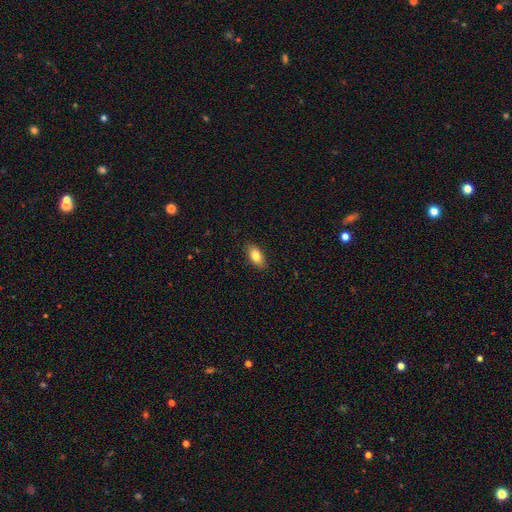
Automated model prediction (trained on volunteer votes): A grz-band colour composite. It shows a smooth galaxy with no disk features (83%) that is in between round and cigar-shaped (90%). Merging: none (88%).